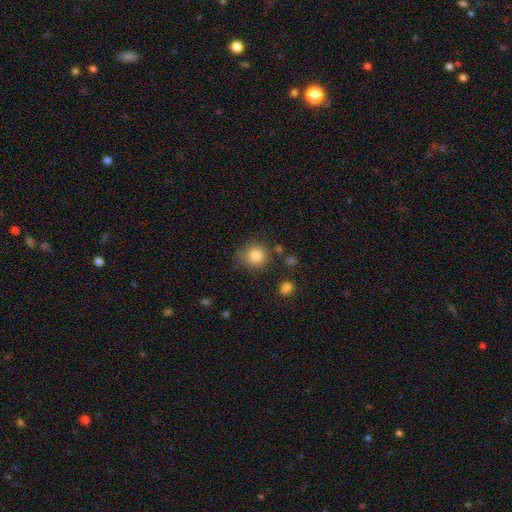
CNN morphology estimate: Overall: smooth (84%). How rounded: round (91%). Merging: none (77%).